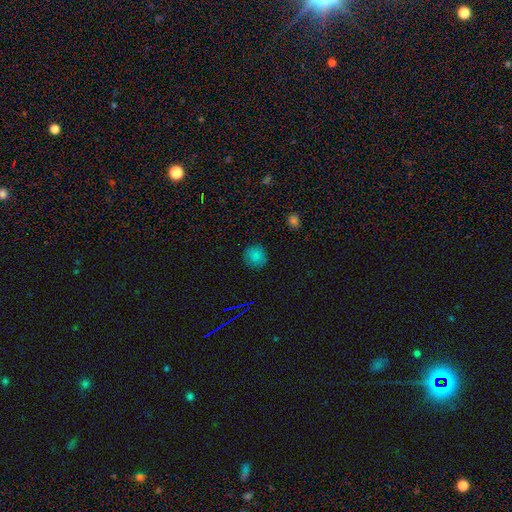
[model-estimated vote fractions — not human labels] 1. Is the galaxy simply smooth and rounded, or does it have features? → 75% smooth, 20% star or artifact, 6% featured or disk.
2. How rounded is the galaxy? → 90% round, 9% in between, 1% cigar-shaped.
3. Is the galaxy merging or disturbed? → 87% none, 10% minor disturbance, 2% major disturbance, 1% merger.